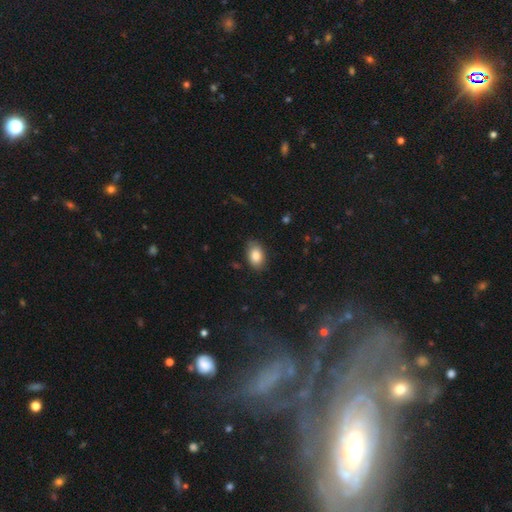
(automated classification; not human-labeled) Smooth or featured? smooth (84%)
How rounded? in between (89%)
Merging? none (82%)